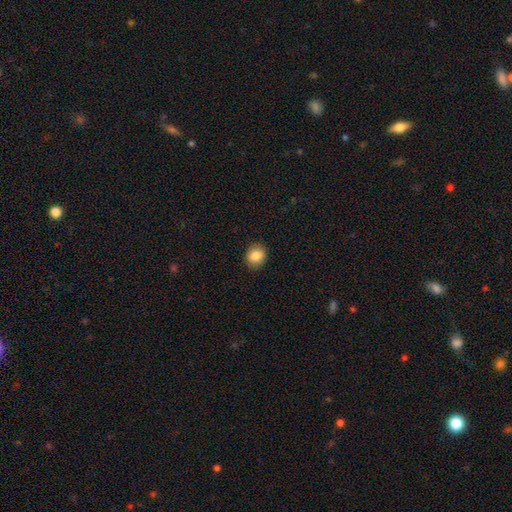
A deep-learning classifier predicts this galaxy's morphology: Smooth or featured? smooth (85%)
How rounded? round (71%)
Merging? none (90%)